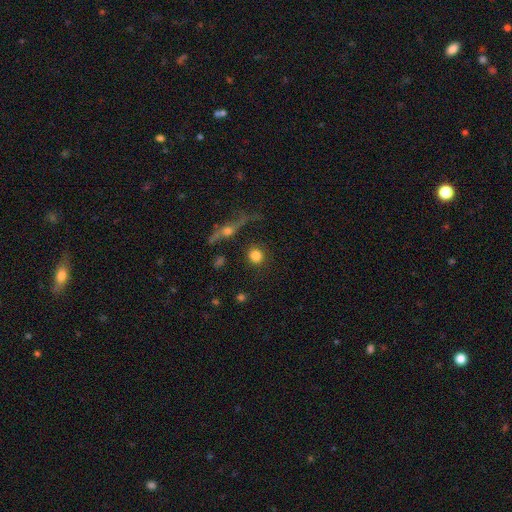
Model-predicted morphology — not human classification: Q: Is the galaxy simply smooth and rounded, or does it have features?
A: smooth — 80%.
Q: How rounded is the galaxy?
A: round — 91%.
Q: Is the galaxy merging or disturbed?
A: none — 84%.